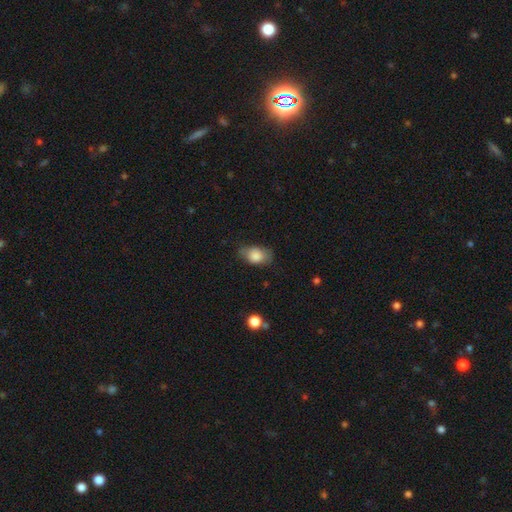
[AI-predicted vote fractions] smooth-or-featured: smooth: 82% | featured or disk: 10% | star or artifact: 8%
  how-rounded: in between: 85% | round: 13% | cigar-shaped: 2%
  merging: none: 64% | minor disturbance: 27% | major disturbance: 8% | merger: 2%